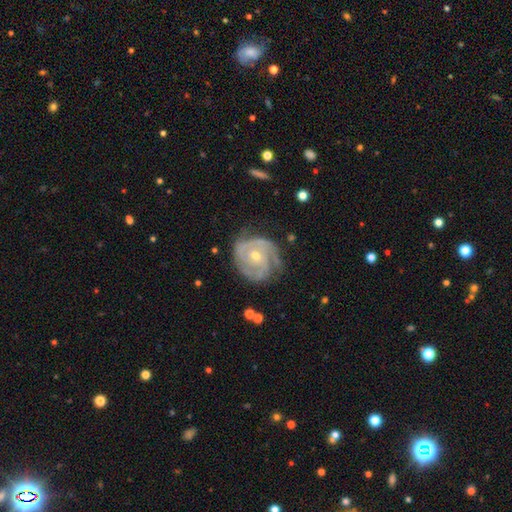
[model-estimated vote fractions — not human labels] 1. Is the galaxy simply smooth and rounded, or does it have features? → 88% featured or disk, 6% smooth, 5% star or artifact.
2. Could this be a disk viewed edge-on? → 98% no, 2% yes.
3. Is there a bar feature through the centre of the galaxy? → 70% no, 23% weak, 7% strong.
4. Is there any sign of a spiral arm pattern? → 97% yes, 3% no.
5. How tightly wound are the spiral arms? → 69% tight, 26% medium, 5% loose.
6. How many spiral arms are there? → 39% 3, 25% 2, 18% can't tell, 9% 4, 5% 1, 5% more than 4.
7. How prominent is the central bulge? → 55% small, 43% moderate, 1% large, 1% none, 1% dominant.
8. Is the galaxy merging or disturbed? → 67% none, 22% minor disturbance, 8% major disturbance, 2% merger.